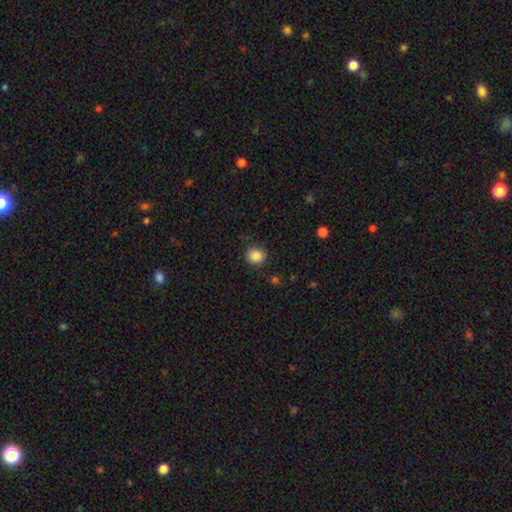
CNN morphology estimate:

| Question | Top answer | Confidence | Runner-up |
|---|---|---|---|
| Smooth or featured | smooth | 86% | star or artifact (10%) |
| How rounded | round | 86% | in between (14%) |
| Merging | none | 86% | minor disturbance (9%) |